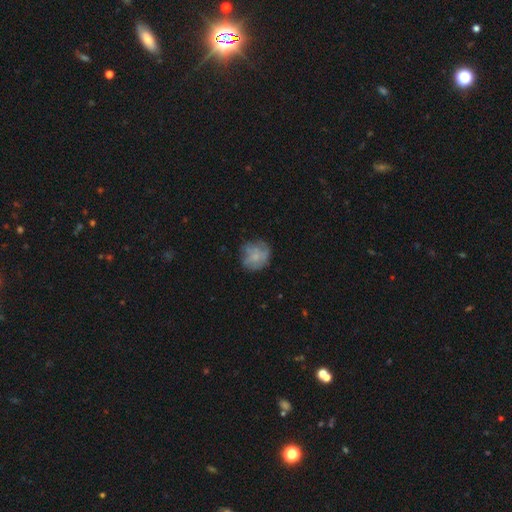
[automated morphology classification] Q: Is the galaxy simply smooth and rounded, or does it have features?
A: smooth — 54%.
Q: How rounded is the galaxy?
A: round — 78%.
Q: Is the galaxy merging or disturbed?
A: none — 64%.